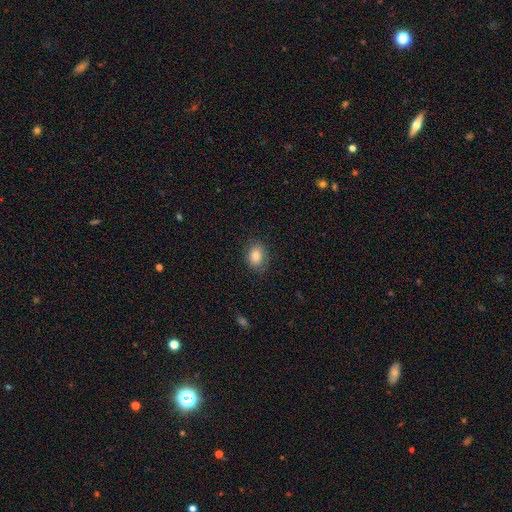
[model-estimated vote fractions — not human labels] Overall: smooth (80%). How rounded: in between (61%; round 38%). Merging: none (80%).